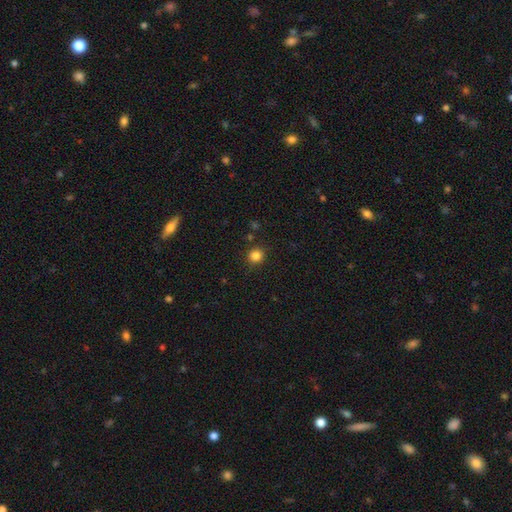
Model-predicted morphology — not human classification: smooth-or-featured: smooth: 83% | star or artifact: 13% | featured or disk: 4%
  how-rounded: round: 92% | in between: 7% | cigar-shaped: 1%
  merging: none: 88% | minor disturbance: 7% | major disturbance: 2% | merger: 2%